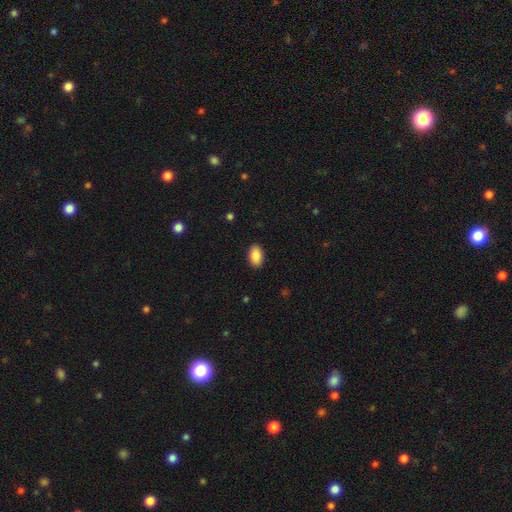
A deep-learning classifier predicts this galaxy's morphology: smooth_or_featured: smooth (p=0.88) [alt: star or artifact p=0.07]
how_rounded: in between (p=0.92) [alt: round p=0.06]
merging: none (p=0.90) [alt: minor disturbance p=0.07]